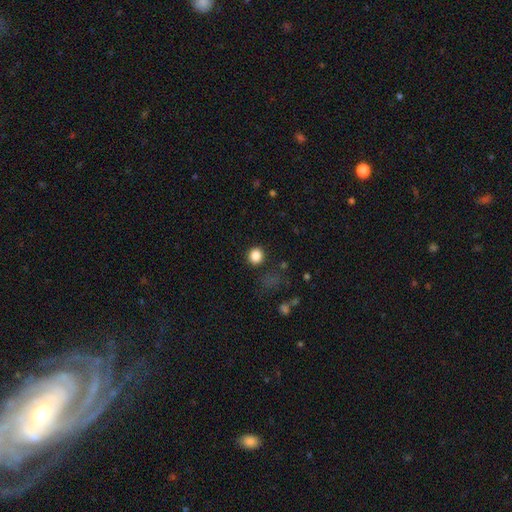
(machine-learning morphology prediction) smooth 85%, star or artifact 11%, featured or disk 4%. Down the decision tree: how rounded — round (84%); merging — none (86%).